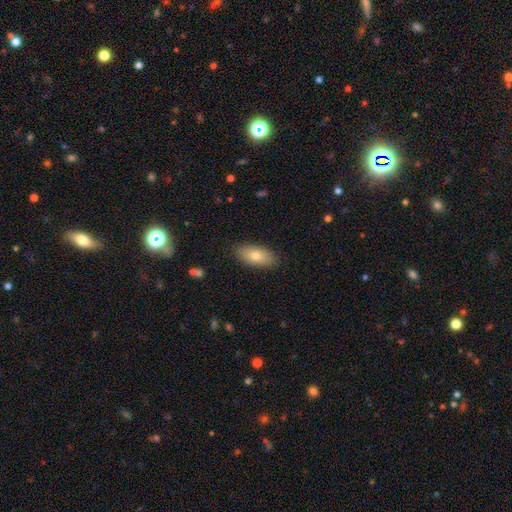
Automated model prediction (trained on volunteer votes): Smooth or featured?
  - smooth: 75% *
  - featured or disk: 17%
  - star or artifact: 7%
How rounded?
  - in between: 87% *
  - cigar-shaped: 9%
  - round: 4%
Merging?
  - none: 88% *
  - minor disturbance: 9%
  - major disturbance: 2%
  - merger: 1%